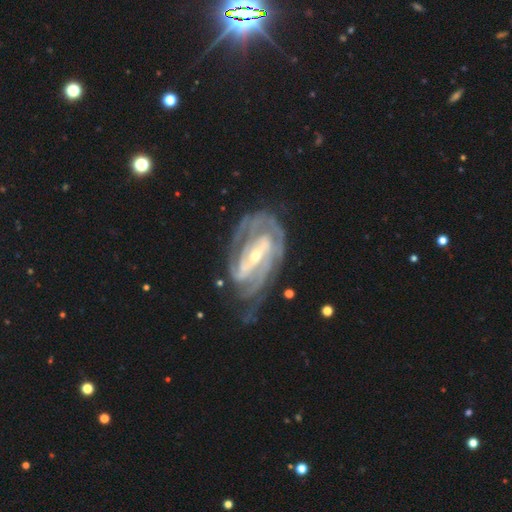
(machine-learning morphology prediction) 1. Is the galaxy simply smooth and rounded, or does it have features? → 91% featured or disk, 5% star or artifact, 4% smooth.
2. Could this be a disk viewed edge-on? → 96% no, 4% yes.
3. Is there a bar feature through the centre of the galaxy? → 56% strong, 31% weak, 13% no.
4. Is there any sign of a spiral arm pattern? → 97% yes, 3% no.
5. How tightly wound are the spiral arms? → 65% tight, 29% medium, 5% loose.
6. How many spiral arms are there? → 43% 2, 23% 3, 17% can't tell, 8% 4, 5% 1, 4% more than 4.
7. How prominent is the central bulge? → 56% small, 40% moderate, 2% large, 1% none, 1% dominant.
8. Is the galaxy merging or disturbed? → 62% none, 23% minor disturbance, 13% major disturbance, 2% merger.